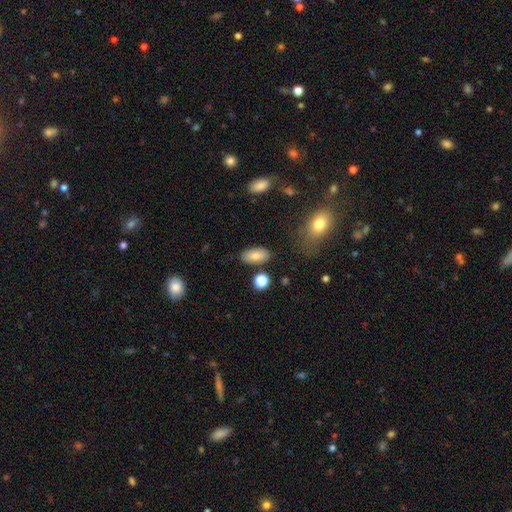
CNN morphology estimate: Overall: smooth (80%). How rounded: in between (91%). Merging: none (81%).